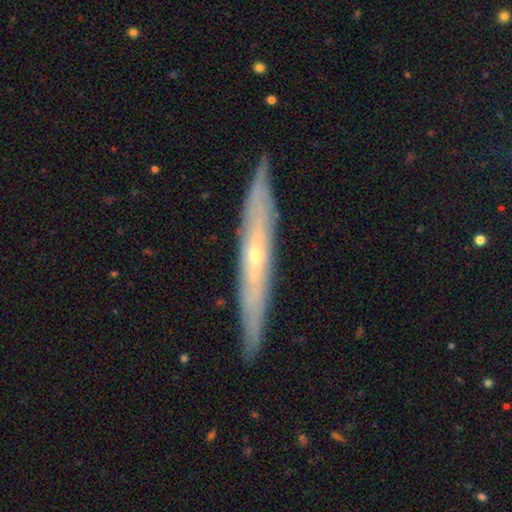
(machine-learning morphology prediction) This appears to be a featured or disk galaxy (75%) viewed edge-on (82%) with a rounded central bulge (62%). Merging: none (88%).